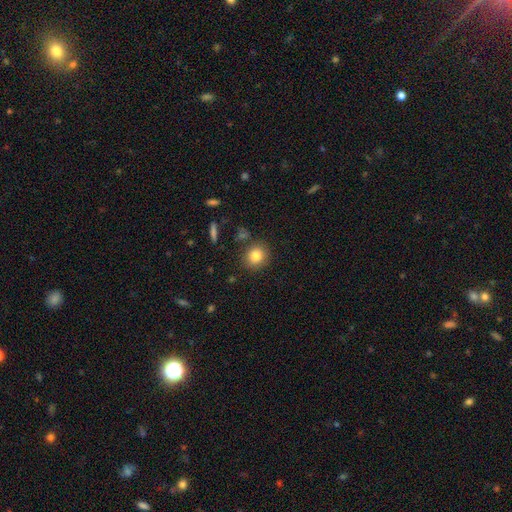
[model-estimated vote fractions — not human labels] Q: Smooth or featured?
A: smooth (82%); runner-up: star or artifact (10%)
Q: How rounded?
A: round (83%); runner-up: in between (16%)
Q: Merging?
A: none (85%); runner-up: minor disturbance (9%)